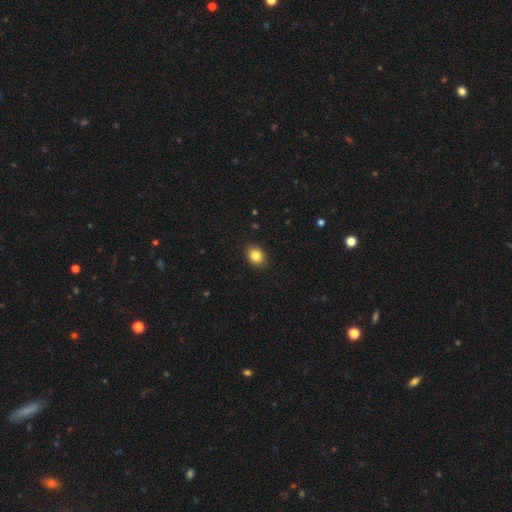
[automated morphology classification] smooth-or-featured: smooth: 84% | star or artifact: 10% | featured or disk: 6%
  how-rounded: in between: 54% | round: 45% | cigar-shaped: 1%
  merging: none: 90% | minor disturbance: 7% | major disturbance: 2% | merger: 1%